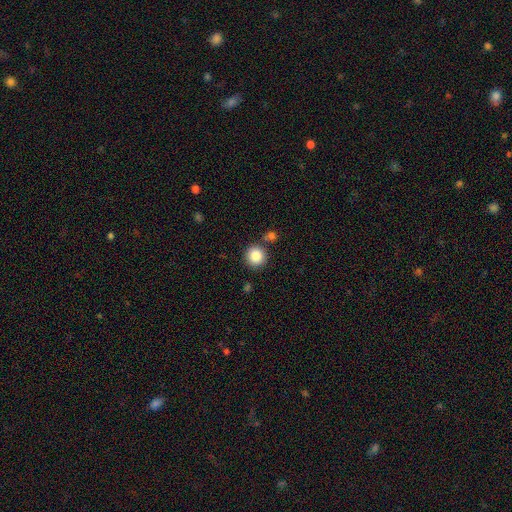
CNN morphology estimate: This is clearly a smooth galaxy (86%). How rounded: clearly round (92%). Merging: clearly none (81%).